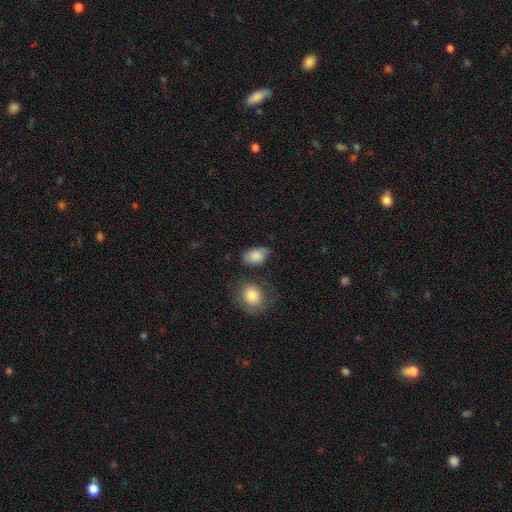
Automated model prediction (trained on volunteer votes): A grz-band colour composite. It shows a smooth galaxy with no disk features (80%) that is in between round and cigar-shaped (82%). Merging: none (58%).